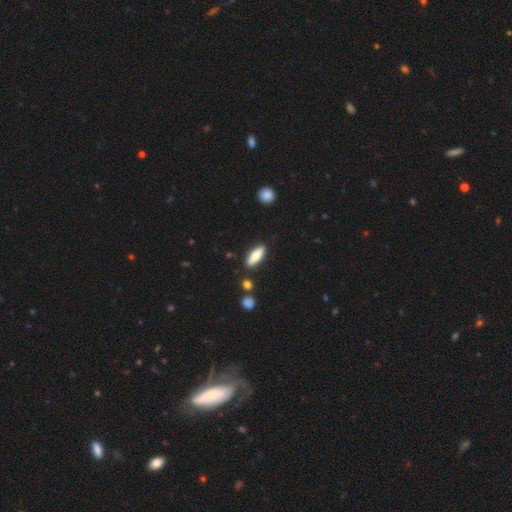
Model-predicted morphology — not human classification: Smooth or featured?
  - smooth: 71% *
  - featured or disk: 23%
  - star or artifact: 6%
How rounded?
  - in between: 52% *
  - cigar-shaped: 45%
  - round: 2%
Merging?
  - none: 86% *
  - minor disturbance: 9%
  - merger: 3%
  - major disturbance: 2%